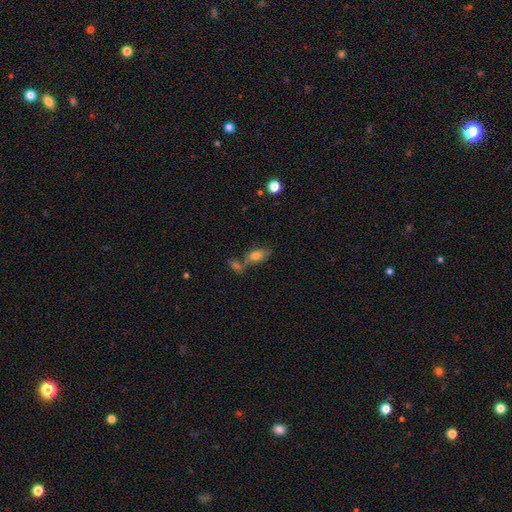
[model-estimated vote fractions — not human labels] Smooth or featured? Predicted: smooth (p=0.72). How rounded? Predicted: in between (p=0.82). Merging? Predicted: none (p=0.48).